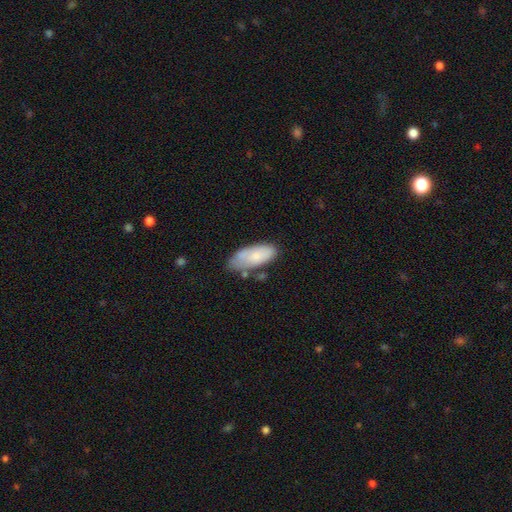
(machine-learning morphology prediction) Smooth or featured: smooth — 76% (featured or disk — 18%)
How rounded: in between — 84% (cigar-shaped — 14%)
Merging: none — 55% (minor disturbance — 29%)